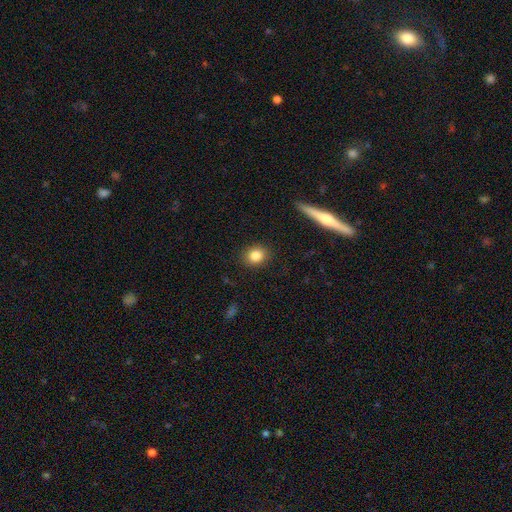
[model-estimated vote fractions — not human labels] smooth-or-featured: smooth: 84% | star or artifact: 10% | featured or disk: 6%
  how-rounded: round: 67% | in between: 32% | cigar-shaped: 1%
  merging: none: 89% | minor disturbance: 7% | major disturbance: 2% | merger: 1%